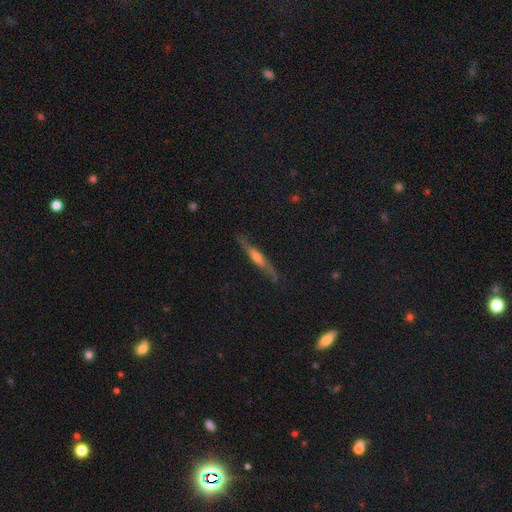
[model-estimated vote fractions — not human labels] Smooth or featured? Predicted: featured or disk (p=0.70). Edge-on disk? Predicted: yes (p=0.94). Edge-on bulge? Predicted: rounded (p=0.85). Merging? Predicted: none (p=0.84).